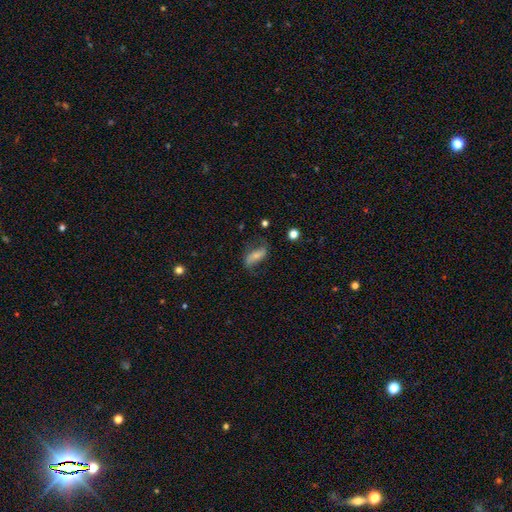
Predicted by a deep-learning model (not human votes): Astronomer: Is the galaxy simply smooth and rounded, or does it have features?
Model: featured or disk — 53% (runner-up: smooth, 38%).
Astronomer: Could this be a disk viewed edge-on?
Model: no — 92%.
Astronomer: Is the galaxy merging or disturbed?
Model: none — 60%.